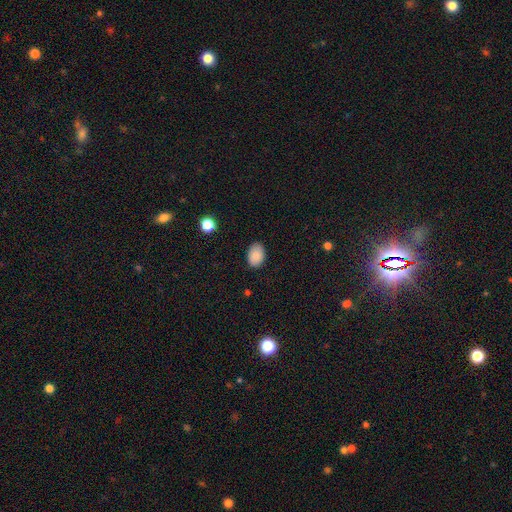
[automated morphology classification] Smooth or featured?
  - smooth: 87% *
  - star or artifact: 8%
  - featured or disk: 4%
How rounded?
  - in between: 82% *
  - round: 17%
  - cigar-shaped: 1%
Merging?
  - none: 85% *
  - minor disturbance: 11%
  - major disturbance: 2%
  - merger: 1%